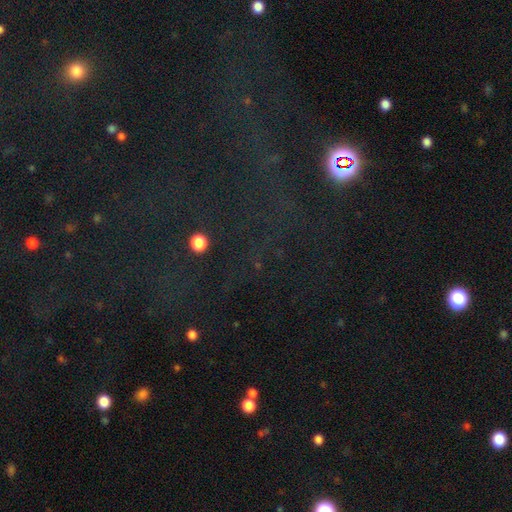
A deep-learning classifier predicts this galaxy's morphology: This is likely a star or artifact rather than a galaxy (75%).